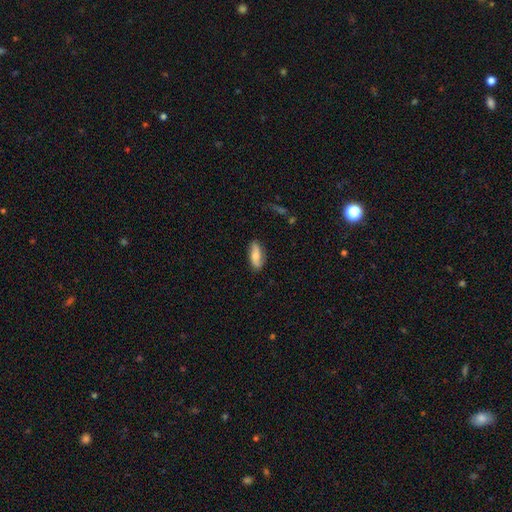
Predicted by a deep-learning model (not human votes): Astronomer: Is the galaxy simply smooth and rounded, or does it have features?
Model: smooth — 63%.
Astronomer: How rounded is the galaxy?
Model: in between — 78%.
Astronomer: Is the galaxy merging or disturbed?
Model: none — 80%.